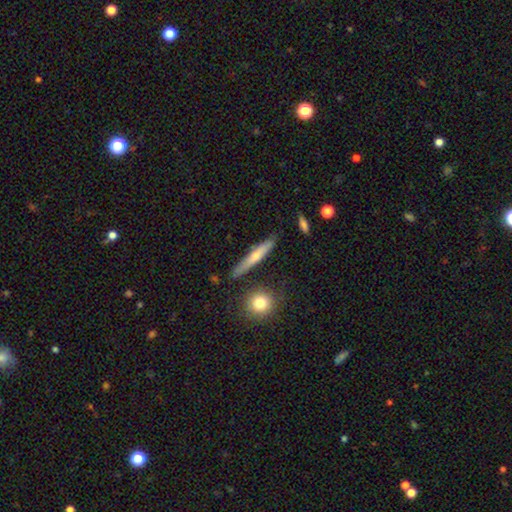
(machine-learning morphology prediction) Q: Smooth or featured?
A: smooth (54%); runner-up: featured or disk (39%)
Q: How rounded?
A: cigar-shaped (88%); runner-up: in between (9%)
Q: Merging?
A: none (83%); runner-up: minor disturbance (11%)